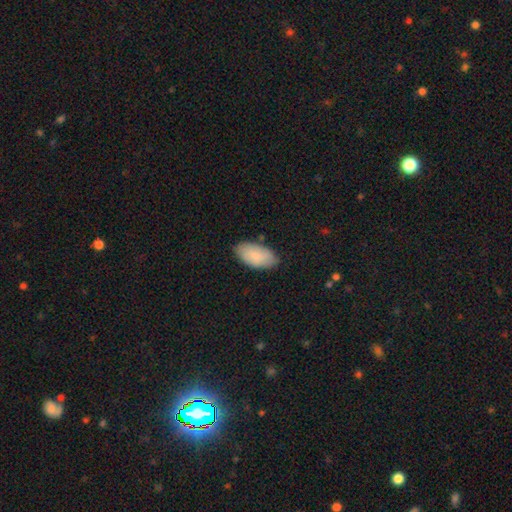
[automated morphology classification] The model was most divided on "merging": none: 78%, minor disturbance: 18%, major disturbance: 3%, merger: 2%. More confident: how rounded — in between (95%); smooth or featured — smooth (82%).